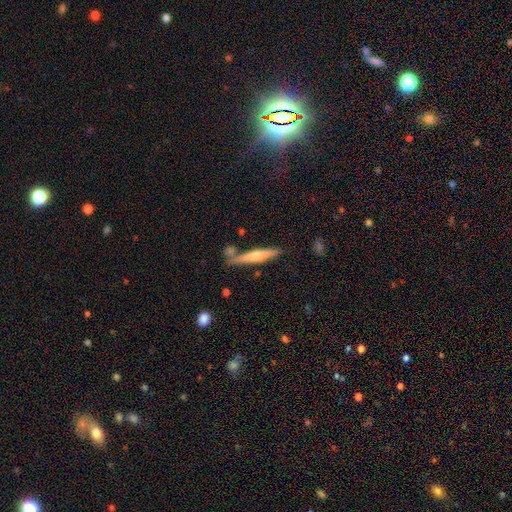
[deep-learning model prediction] Smooth or featured?
  - featured or disk: 60% *
  - smooth: 33%
  - star or artifact: 7%
Edge-on disk?
  - yes: 96% *
  - no: 4%
Edge-on bulge?
  - rounded: 80% *
  - none: 15%
  - boxy: 6%
Merging?
  - none: 79% *
  - minor disturbance: 12%
  - merger: 7%
  - major disturbance: 3%